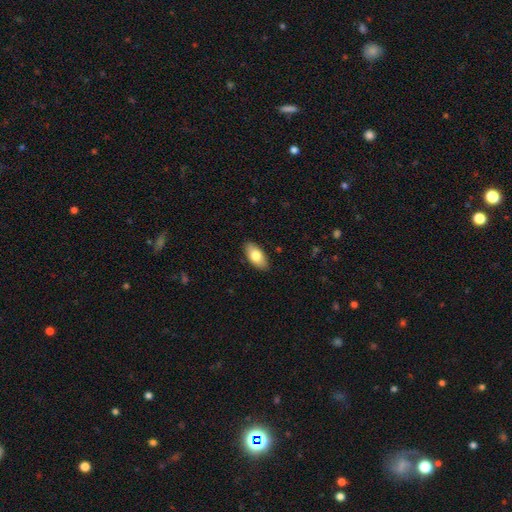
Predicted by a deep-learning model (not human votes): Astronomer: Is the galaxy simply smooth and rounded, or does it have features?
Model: smooth — 78%.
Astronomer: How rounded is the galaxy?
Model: in between — 92%.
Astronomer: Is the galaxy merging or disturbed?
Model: none — 87%.